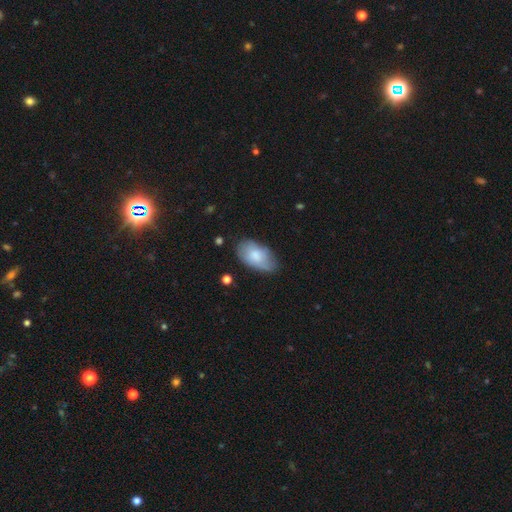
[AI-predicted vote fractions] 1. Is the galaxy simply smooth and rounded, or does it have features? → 73% smooth, 21% featured or disk, 6% star or artifact.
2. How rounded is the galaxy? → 94% in between, 4% round, 2% cigar-shaped.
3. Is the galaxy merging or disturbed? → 62% none, 29% minor disturbance, 7% major disturbance, 2% merger.